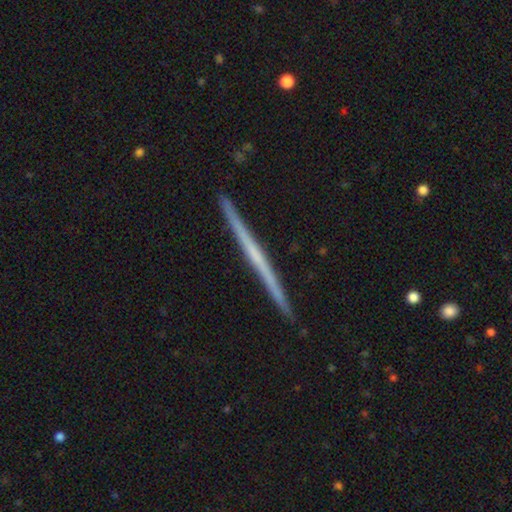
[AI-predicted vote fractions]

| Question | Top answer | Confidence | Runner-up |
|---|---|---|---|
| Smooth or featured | featured or disk | 68% | smooth (27%) |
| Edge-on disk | yes | 98% | no (2%) |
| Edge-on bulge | none | 80% | rounded (15%) |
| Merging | none | 92% | minor disturbance (5%) |